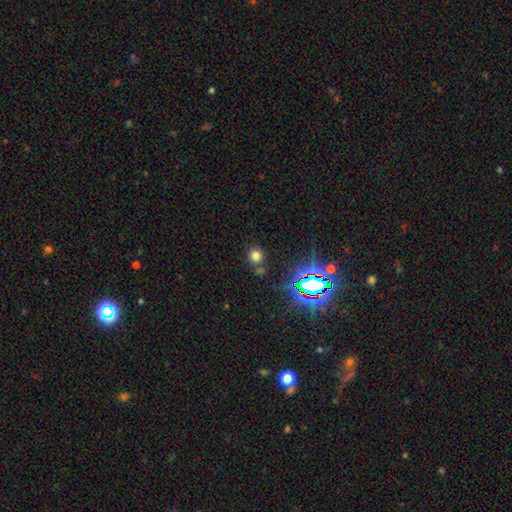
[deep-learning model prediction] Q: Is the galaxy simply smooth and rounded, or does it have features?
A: smooth — 67%.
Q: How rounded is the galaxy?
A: round — 88%.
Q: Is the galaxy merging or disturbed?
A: none — 76%.